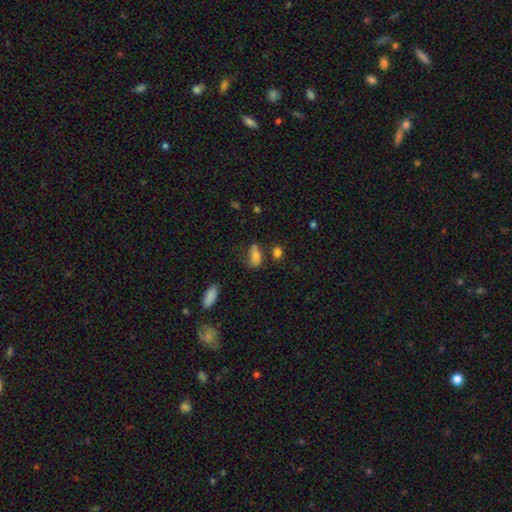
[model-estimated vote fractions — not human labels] A smooth galaxy with no disk features (71%) that is in between round and cigar-shaped (81%). Merging: none (47%).